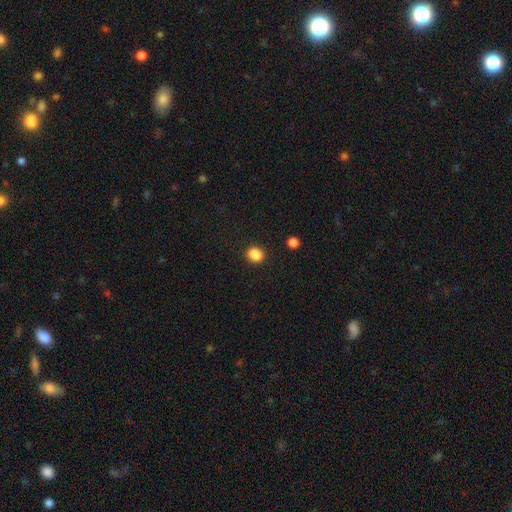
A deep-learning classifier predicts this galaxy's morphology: Smooth or featured? smooth (87%)
How rounded? round (60%)
Merging? none (86%)